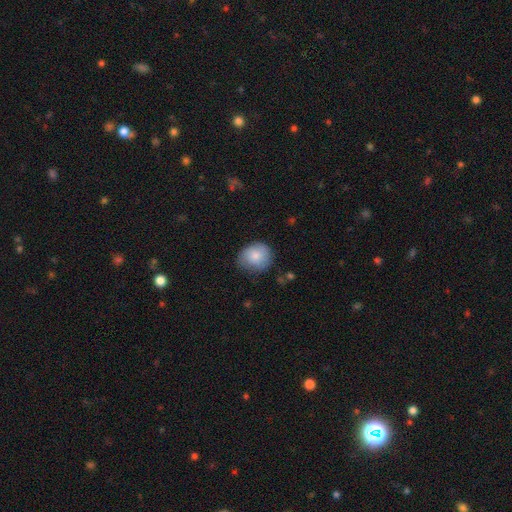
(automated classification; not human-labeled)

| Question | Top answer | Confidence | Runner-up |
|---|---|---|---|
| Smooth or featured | smooth | 80% | featured or disk (13%) |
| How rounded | round | 70% | in between (29%) |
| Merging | none | 69% | minor disturbance (24%) |